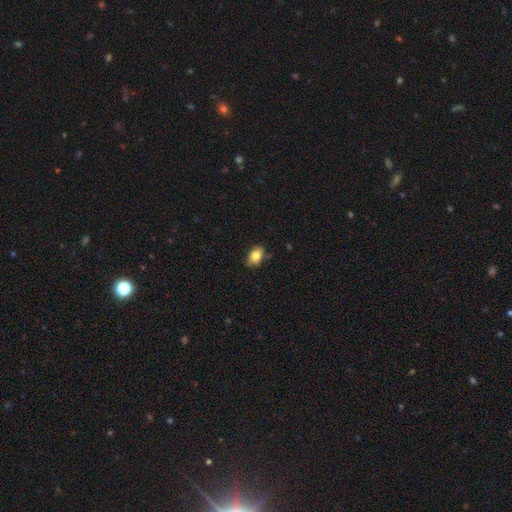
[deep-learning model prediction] A smooth galaxy with no disk features (81%) that is in between round and cigar-shaped (84%).

Vote fractions:
- Smooth or featured? smooth: 81% / featured or disk: 11% / star or artifact: 8%
- How rounded? in between: 84% / round: 14% / cigar-shaped: 2%
- Merging? none: 77% / minor disturbance: 18% / major disturbance: 3% / merger: 2%